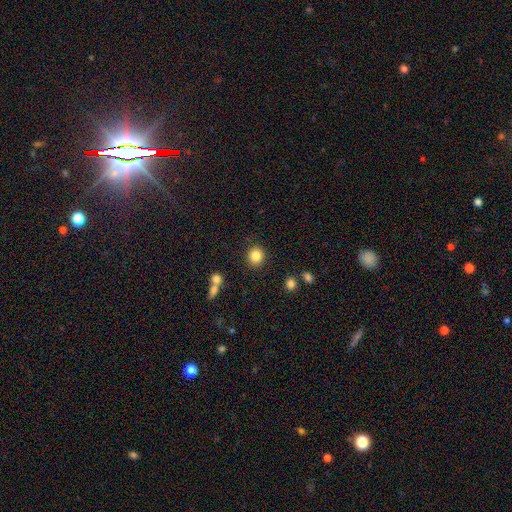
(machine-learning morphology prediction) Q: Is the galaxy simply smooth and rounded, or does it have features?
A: smooth — 85%.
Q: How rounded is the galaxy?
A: round — 82%.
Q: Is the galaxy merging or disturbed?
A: none — 87%.